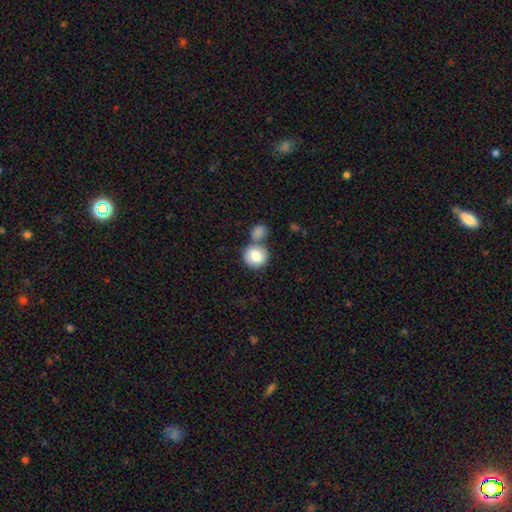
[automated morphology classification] Overall: smooth (82%). How rounded: round (87%). Merging: none (51%; merger 34%).